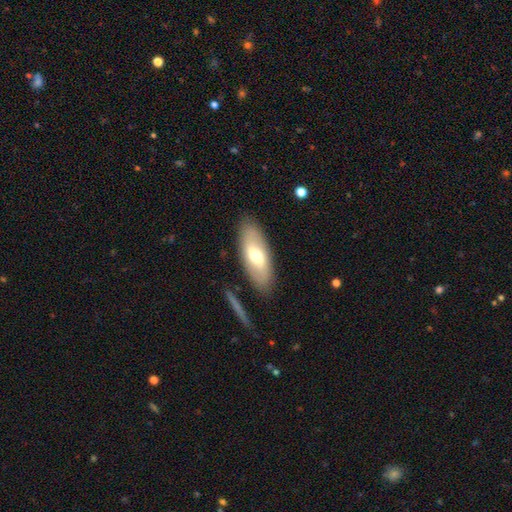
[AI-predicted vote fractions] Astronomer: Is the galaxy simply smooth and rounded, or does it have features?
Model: smooth — 58% (runner-up: featured or disk, 36%).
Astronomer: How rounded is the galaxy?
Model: in between — 85%.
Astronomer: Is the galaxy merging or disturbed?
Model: none — 85%.